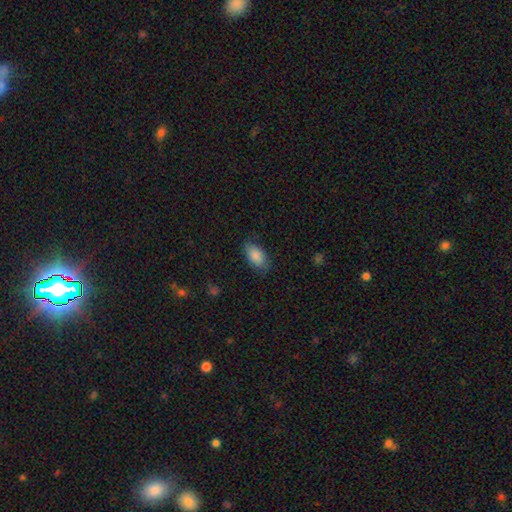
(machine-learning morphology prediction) Q: Smooth or featured?
A: smooth (88%); runner-up: star or artifact (7%)
Q: How rounded?
A: in between (93%); runner-up: round (4%)
Q: Merging?
A: none (80%); runner-up: minor disturbance (15%)